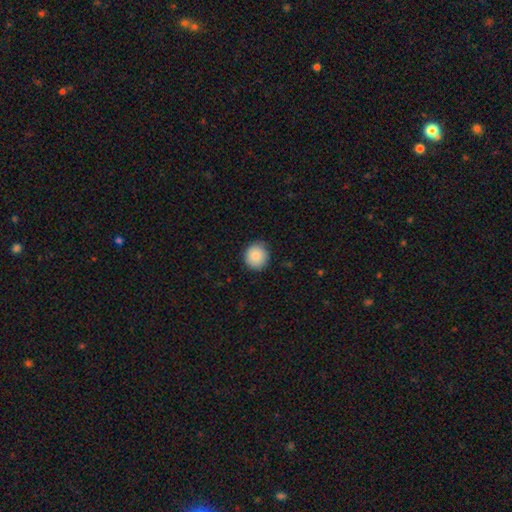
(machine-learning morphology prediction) A smooth galaxy with no disk features (87%) that is round (91%). Merging: none (84%).